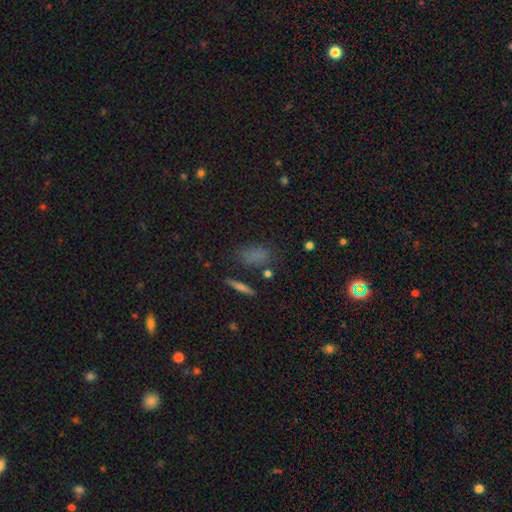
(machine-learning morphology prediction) smooth_or_featured: smooth (p=0.72) [alt: star or artifact p=0.19]
how_rounded: in between (p=0.71) [alt: cigar-shaped p=0.16]
merging: none (p=0.70) [alt: minor disturbance p=0.17]